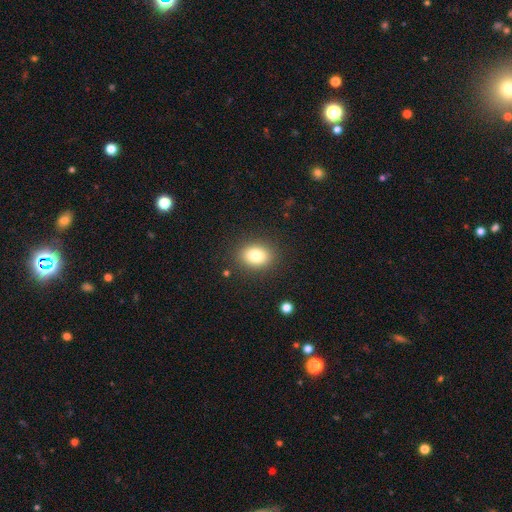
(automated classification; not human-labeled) smooth-or-featured: smooth: 81% | star or artifact: 10% | featured or disk: 9%
  how-rounded: in between: 60% | round: 39% | cigar-shaped: 1%
  merging: none: 87% | minor disturbance: 8% | major disturbance: 3% | merger: 1%